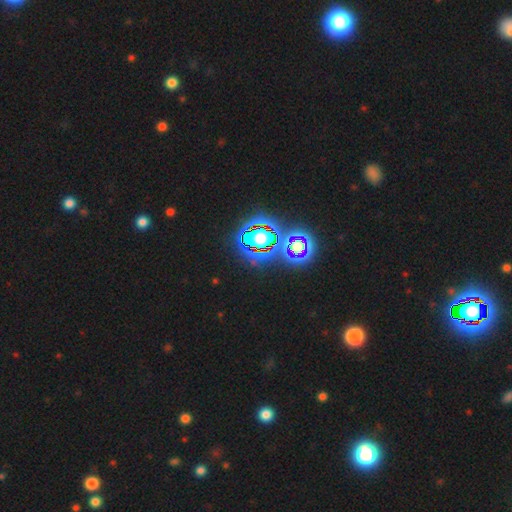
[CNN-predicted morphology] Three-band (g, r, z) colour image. It shows a star or artifact, not a galaxy (80%).